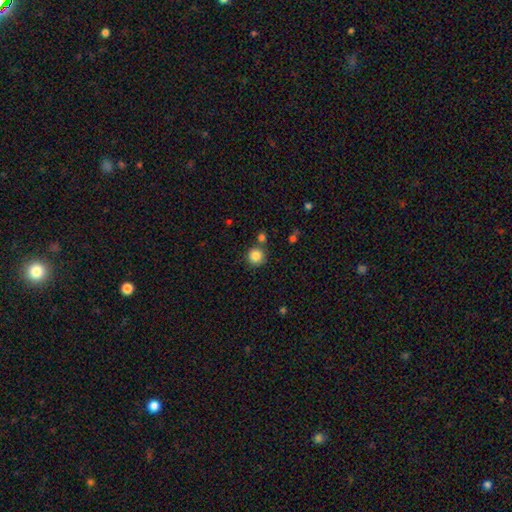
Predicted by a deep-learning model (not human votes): Q: Smooth or featured?
A: smooth (85%); runner-up: star or artifact (10%)
Q: How rounded?
A: round (93%); runner-up: in between (6%)
Q: Merging?
A: none (76%); runner-up: merger (12%)